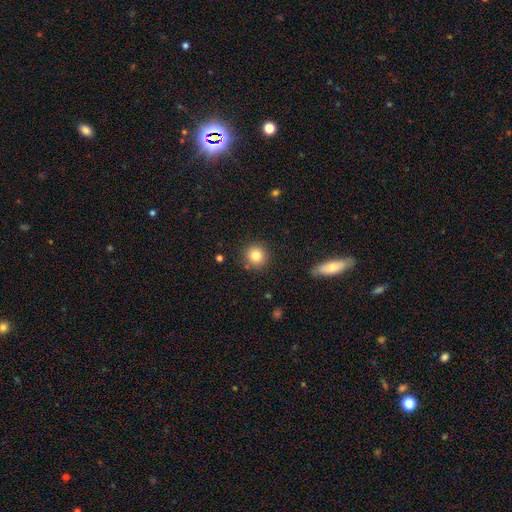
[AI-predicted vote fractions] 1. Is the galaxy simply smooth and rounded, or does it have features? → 82% smooth, 10% star or artifact, 8% featured or disk.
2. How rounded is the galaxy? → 92% round, 7% in between, 1% cigar-shaped.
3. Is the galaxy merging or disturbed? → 87% none, 8% minor disturbance, 2% merger, 2% major disturbance.